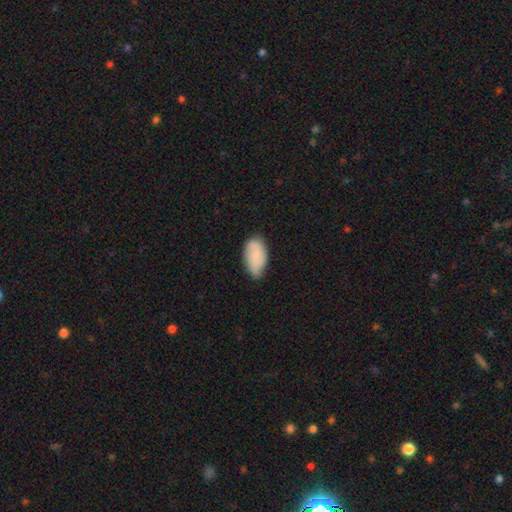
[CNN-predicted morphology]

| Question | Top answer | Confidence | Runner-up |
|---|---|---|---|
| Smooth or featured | smooth | 72% | featured or disk (21%) |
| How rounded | in between | 94% | round (3%) |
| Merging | none | 62% | minor disturbance (31%) |